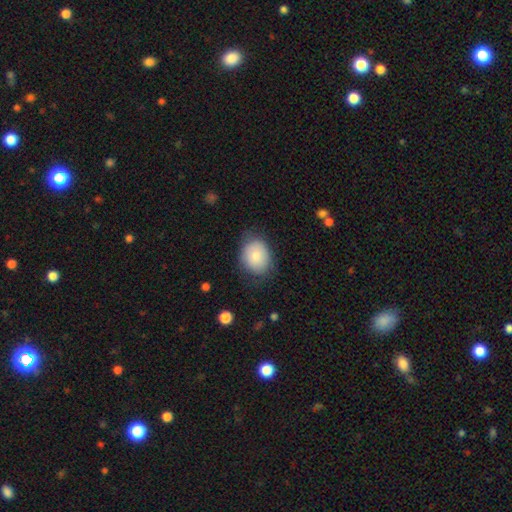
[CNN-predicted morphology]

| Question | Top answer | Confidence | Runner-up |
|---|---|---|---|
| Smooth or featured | smooth | 79% | featured or disk (14%) |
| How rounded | round | 54% | in between (45%) |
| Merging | none | 71% | minor disturbance (21%) |